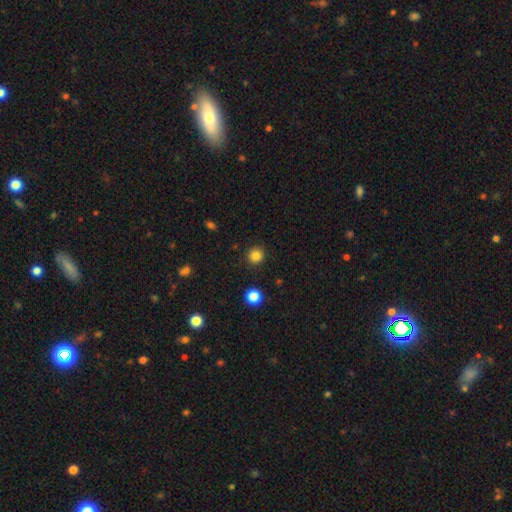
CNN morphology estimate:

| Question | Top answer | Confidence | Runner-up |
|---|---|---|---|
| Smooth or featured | smooth | 84% | star or artifact (13%) |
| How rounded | round | 92% | in between (7%) |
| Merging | none | 91% | minor disturbance (5%) |